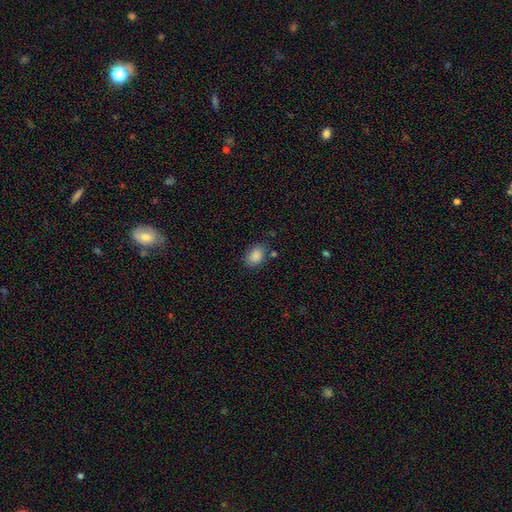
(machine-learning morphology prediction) smooth_or_featured: smooth (p=0.87) [alt: star or artifact p=0.08]
how_rounded: in between (p=0.79) [alt: round p=0.20]
merging: none (p=0.75) [alt: minor disturbance p=0.16]